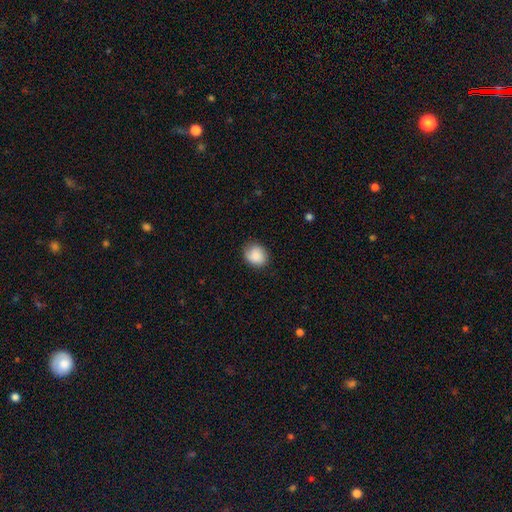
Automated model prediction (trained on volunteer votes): The model was most divided on "how rounded": round: 63%, in between: 36%, cigar-shaped: 1%. More confident: smooth or featured — smooth (87%); merging — none (82%).